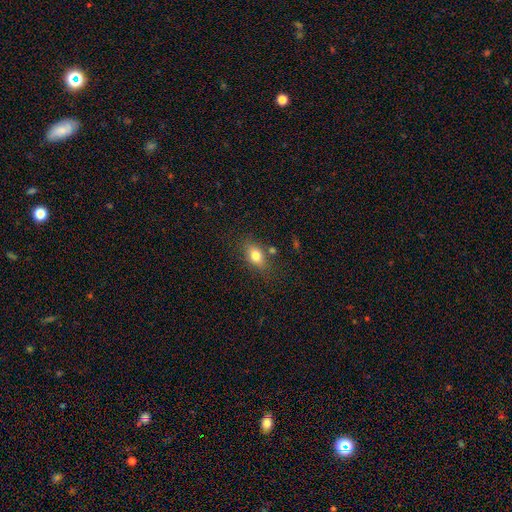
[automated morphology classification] Smooth or featured? Predicted: smooth (p=0.78). How rounded? Predicted: in between (p=0.77). Merging? Predicted: none (p=0.73).